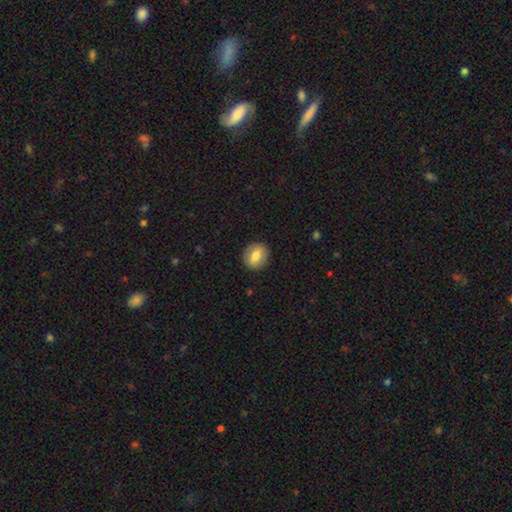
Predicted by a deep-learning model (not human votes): Overall: smooth (72%). How rounded: round (73%). Merging: none (89%).